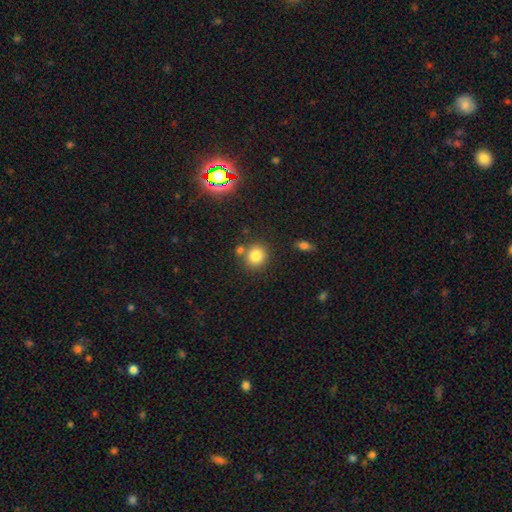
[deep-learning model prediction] Smooth or featured? smooth (81%)
How rounded? round (83%)
Merging? none (73%)